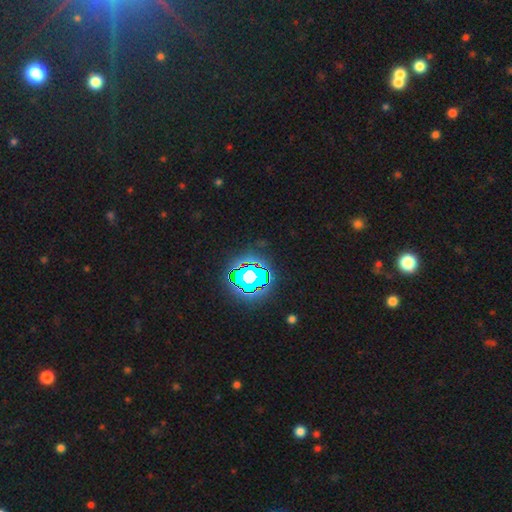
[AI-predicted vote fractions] This is clearly a star or artifact rather than a galaxy (82%).